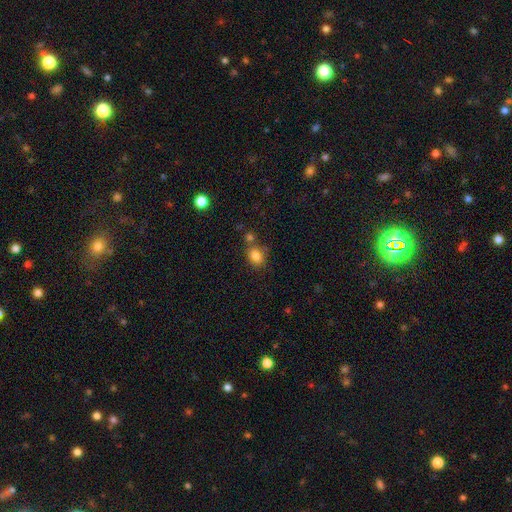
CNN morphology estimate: Smooth or featured? smooth (83%)
How rounded? in between (54%)
Merging? none (66%)